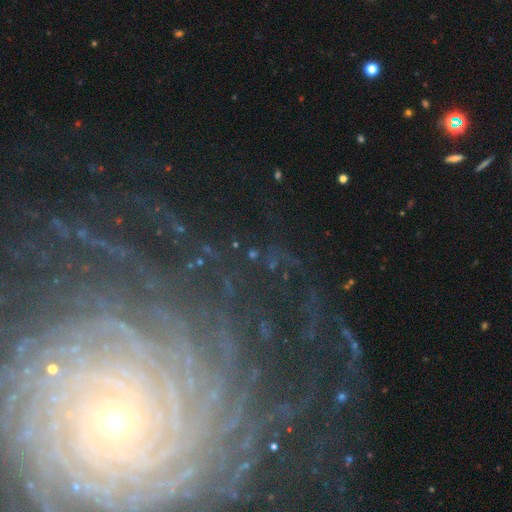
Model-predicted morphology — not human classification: Q: Smooth or featured?
A: featured or disk (67%); runner-up: star or artifact (22%)
Q: Edge-on disk?
A: no (91%); runner-up: yes (9%)
Q: Bar?
A: no (48%); runner-up: weak (27%)
Q: Spiral arms?
A: yes (93%); runner-up: no (7%)
Q: Spiral winding?
A: tight (79%); runner-up: medium (16%)
Q: Spiral arm count?
A: more than 4 (31%); runner-up: can't tell (20%)
Q: Bulge size?
A: small (72%); runner-up: moderate (18%)
Q: Merging?
A: none (78%); runner-up: minor disturbance (12%)